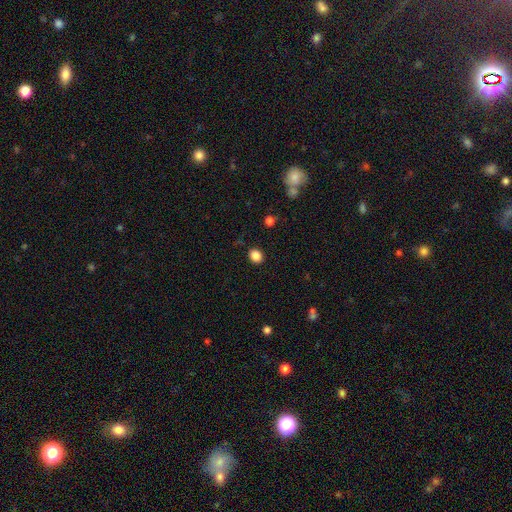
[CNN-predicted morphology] Smooth or featured: smooth — 86% (star or artifact — 11%)
How rounded: round — 65% (in between — 34%)
Merging: none — 89% (minor disturbance — 7%)